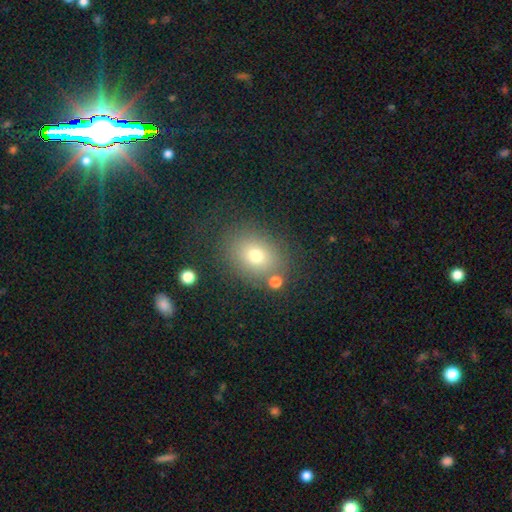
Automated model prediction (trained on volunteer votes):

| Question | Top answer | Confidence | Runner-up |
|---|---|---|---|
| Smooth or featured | smooth | 73% | star or artifact (15%) |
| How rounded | in between | 52% | round (46%) |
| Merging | none | 77% | minor disturbance (12%) |